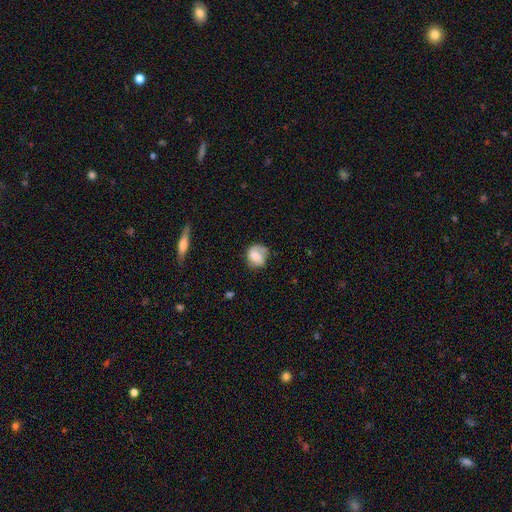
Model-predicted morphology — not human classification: A smooth galaxy with no disk features (62%) that is round (73%).

Vote fractions:
- Smooth or featured? smooth: 62% / featured or disk: 29% / star or artifact: 8%
- How rounded? round: 73% / in between: 26% / cigar-shaped: 1%
- Merging? none: 55% / minor disturbance: 29% / major disturbance: 13% / merger: 4%